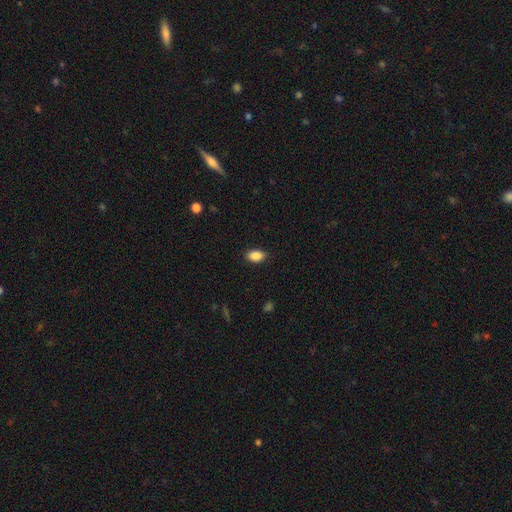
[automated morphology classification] smooth_or_featured: smooth (p=0.88) [alt: star or artifact p=0.08]
how_rounded: in between (p=0.89) [alt: round p=0.09]
merging: none (p=0.86) [alt: minor disturbance p=0.10]